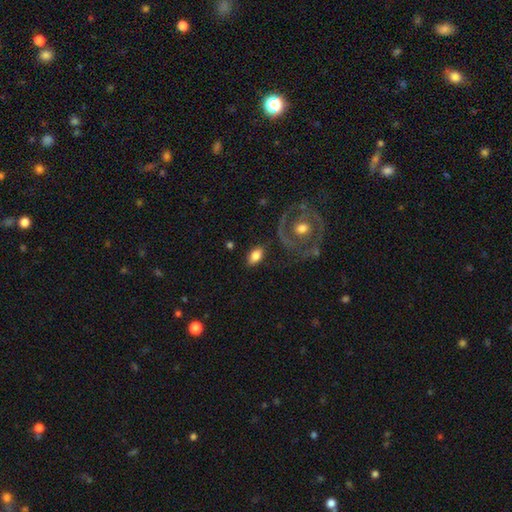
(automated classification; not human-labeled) A smooth galaxy with no disk features (76%) that is in between round and cigar-shaped (89%). Merging: none (84%).